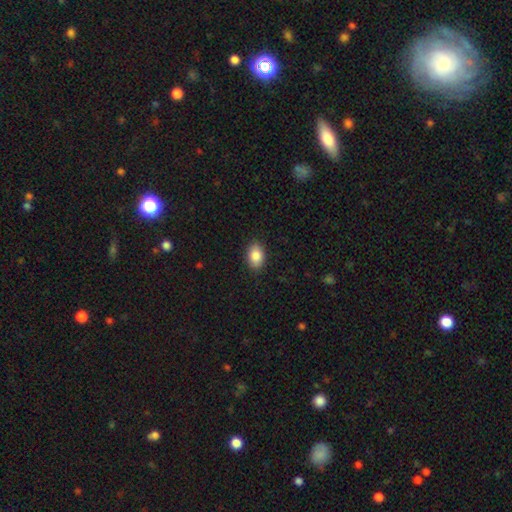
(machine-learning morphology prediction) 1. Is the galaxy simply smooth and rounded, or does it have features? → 87% smooth, 7% star or artifact, 6% featured or disk.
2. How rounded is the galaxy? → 87% in between, 12% round, 1% cigar-shaped.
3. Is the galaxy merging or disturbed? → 88% none, 9% minor disturbance, 2% major disturbance, 1% merger.